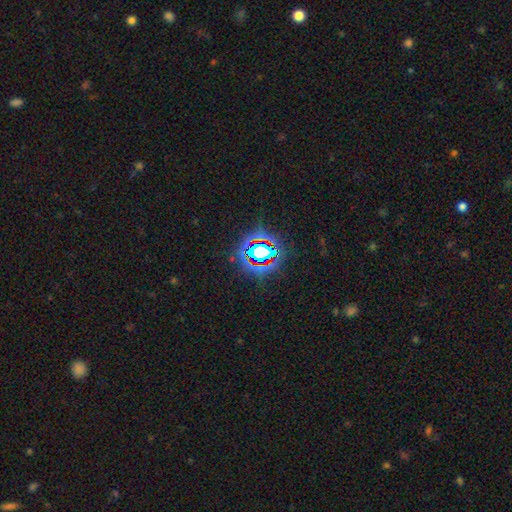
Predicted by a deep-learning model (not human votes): smooth-or-featured: star or artifact: 70% | smooth: 17% | featured or disk: 13%